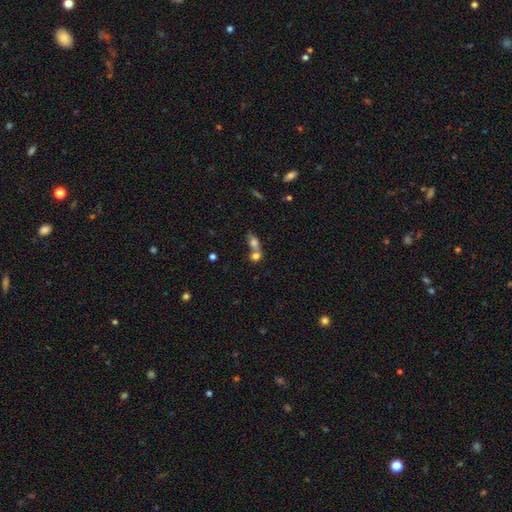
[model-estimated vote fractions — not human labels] Smooth or featured? smooth (74%)
How rounded? round (56%)
Merging? merger (65%)